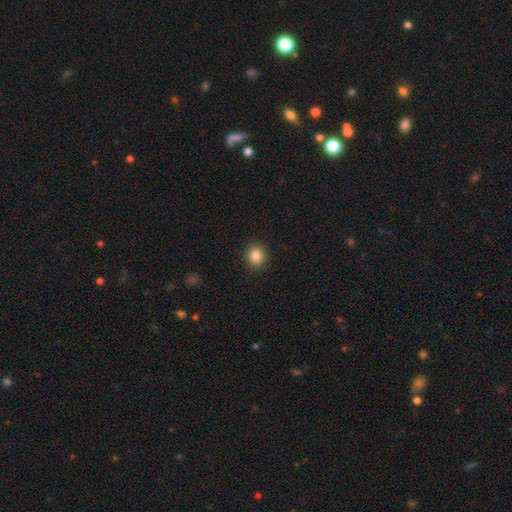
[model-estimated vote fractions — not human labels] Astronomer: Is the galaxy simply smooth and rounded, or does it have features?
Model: smooth — 86%.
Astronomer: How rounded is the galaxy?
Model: round — 79%.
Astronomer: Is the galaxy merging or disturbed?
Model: none — 90%.